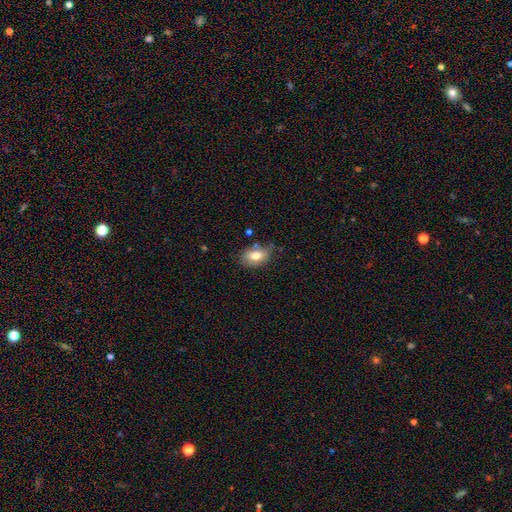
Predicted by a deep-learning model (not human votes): Smooth or featured?
  - smooth: 79% *
  - featured or disk: 13%
  - star or artifact: 8%
How rounded?
  - in between: 84% *
  - round: 15%
  - cigar-shaped: 2%
Merging?
  - none: 68% *
  - minor disturbance: 22%
  - merger: 5%
  - major disturbance: 5%